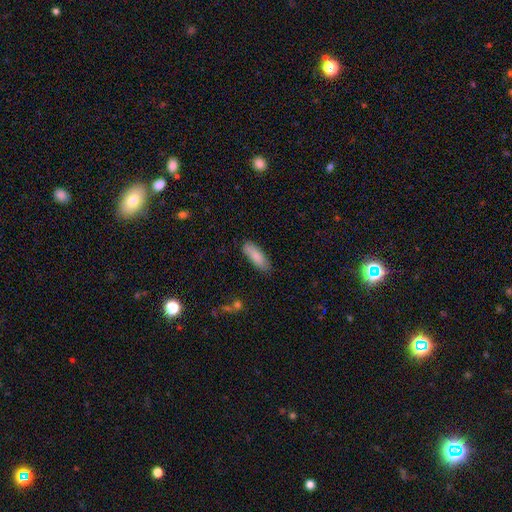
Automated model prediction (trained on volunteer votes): Morphology: type=smooth (84%); roundness=in between (54%); merging=none (80%).